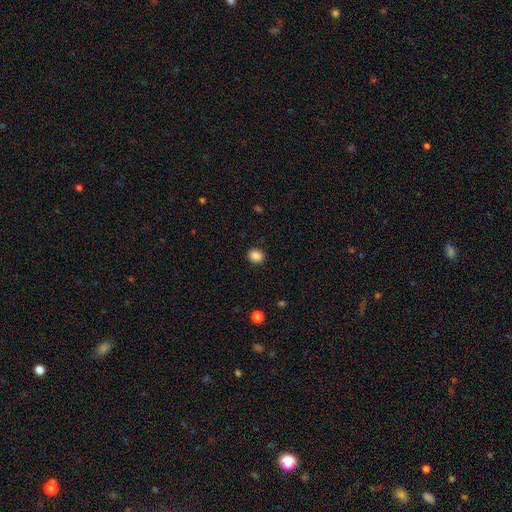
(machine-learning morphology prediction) This appears to be a smooth galaxy with no disk features (86%) that is round (70%). Merging: none (90%).